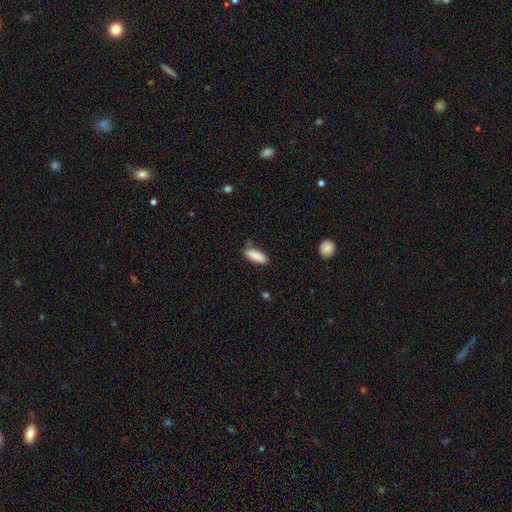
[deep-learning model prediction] Overall: smooth (89%). How rounded: in between (60%; cigar-shaped 38%). Merging: none (81%).